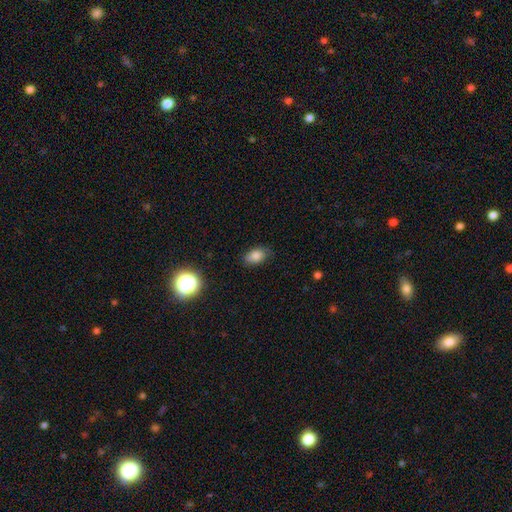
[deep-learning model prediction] Smooth or featured: smooth — 81% (star or artifact — 11%)
How rounded: in between — 86% (round — 12%)
Merging: none — 75% (minor disturbance — 20%)